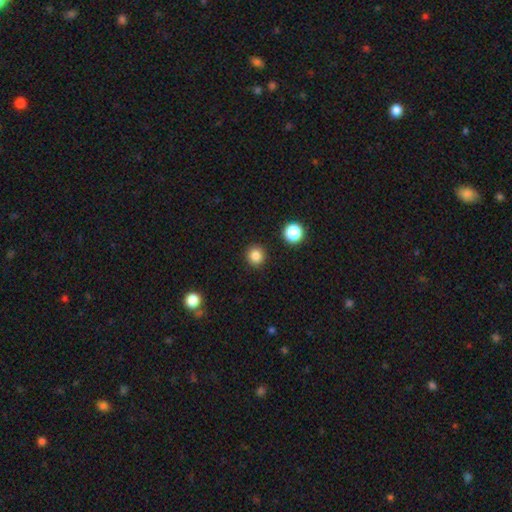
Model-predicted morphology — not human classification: smooth 84%, star or artifact 12%, featured or disk 4%. Down the decision tree: how rounded — round (92%); merging — none (91%).